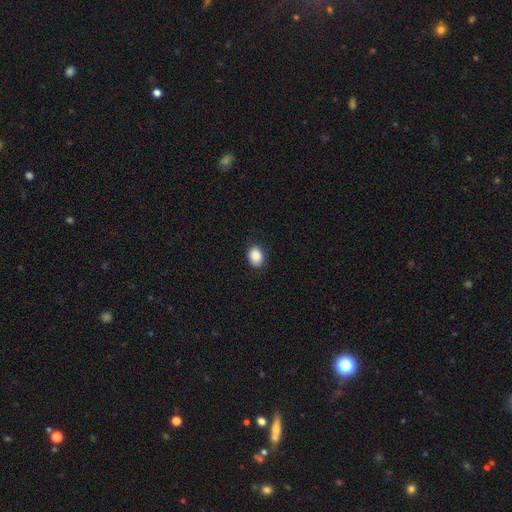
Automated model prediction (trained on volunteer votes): Q: Smooth or featured?
A: smooth (89%); runner-up: star or artifact (8%)
Q: How rounded?
A: in between (66%); runner-up: round (33%)
Q: Merging?
A: none (85%); runner-up: minor disturbance (11%)